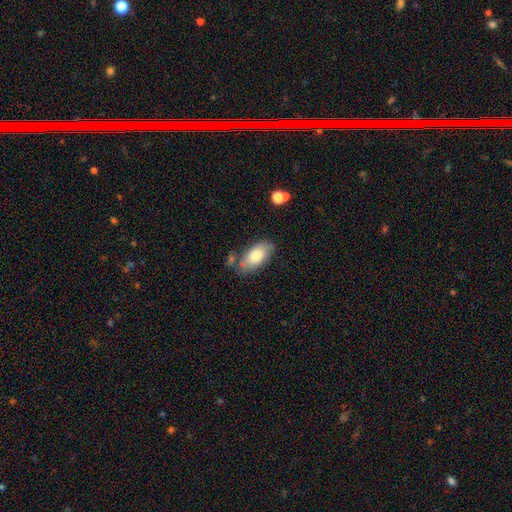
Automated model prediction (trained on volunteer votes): smooth_or_featured: smooth (p=0.73) [alt: featured or disk p=0.21]
how_rounded: in between (p=0.93) [alt: cigar-shaped p=0.04]
merging: none (p=0.66) [alt: minor disturbance p=0.20]